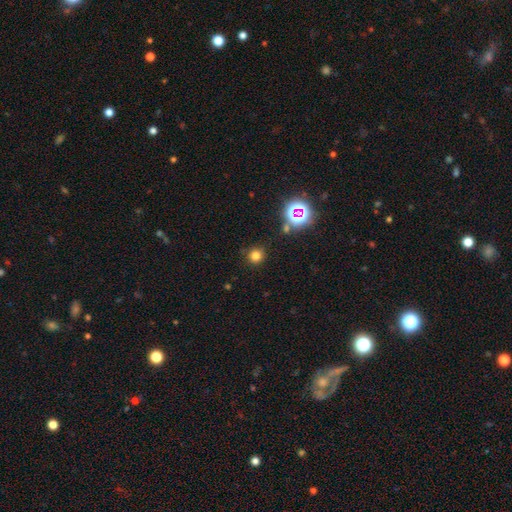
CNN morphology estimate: Smooth or featured?
  - smooth: 74% *
  - star or artifact: 20%
  - featured or disk: 6%
How rounded?
  - round: 92% *
  - in between: 7%
  - cigar-shaped: 1%
Merging?
  - none: 88% *
  - minor disturbance: 7%
  - major disturbance: 3%
  - merger: 2%